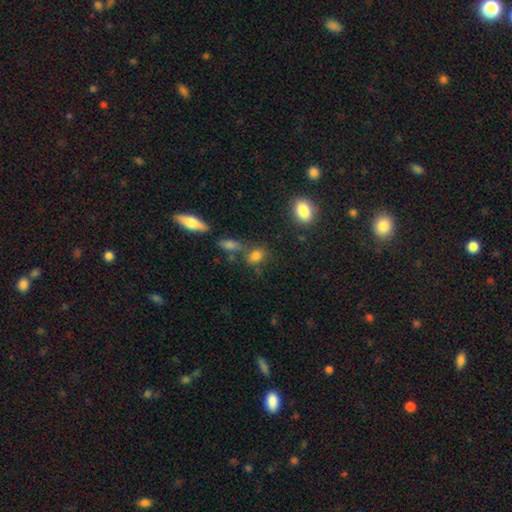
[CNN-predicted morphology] This is likely a smooth galaxy (79%). How rounded: possibly in between (49%). Merging: likely none (61%).